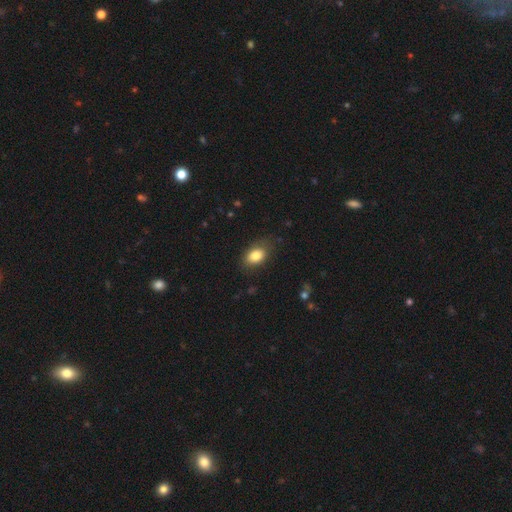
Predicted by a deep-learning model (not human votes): Smooth or featured?
  - smooth: 84% *
  - featured or disk: 9%
  - star or artifact: 8%
How rounded?
  - in between: 84% *
  - round: 15%
  - cigar-shaped: 1%
Merging?
  - none: 75% *
  - minor disturbance: 18%
  - major disturbance: 5%
  - merger: 1%